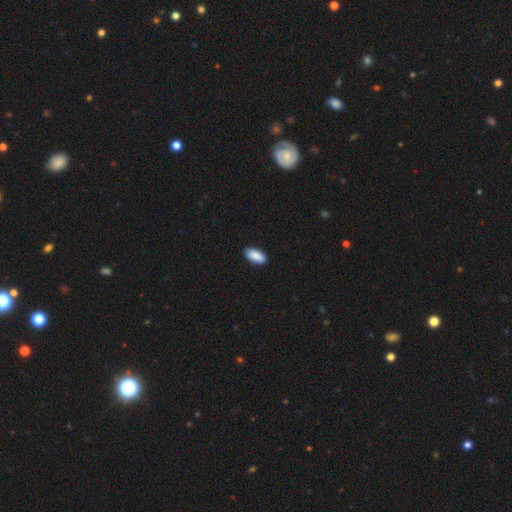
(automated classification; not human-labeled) Smooth or featured?
  - smooth: 89% *
  - star or artifact: 6%
  - featured or disk: 4%
How rounded?
  - in between: 89% *
  - cigar-shaped: 9%
  - round: 2%
Merging?
  - none: 87% *
  - minor disturbance: 10%
  - major disturbance: 2%
  - merger: 1%